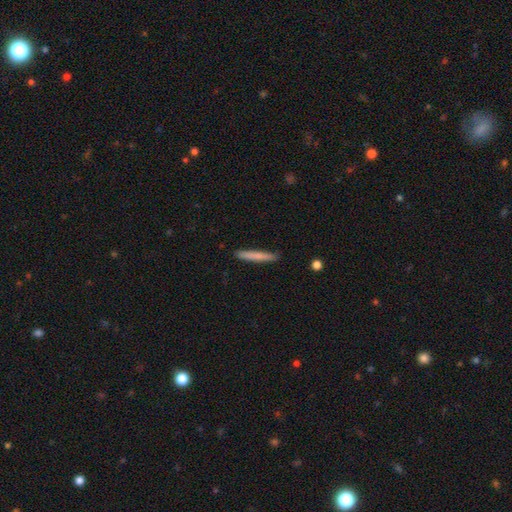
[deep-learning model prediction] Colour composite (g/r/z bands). It shows a smooth galaxy with no disk features (72%) that is cigar-shaped (96%). Merging: none (90%).